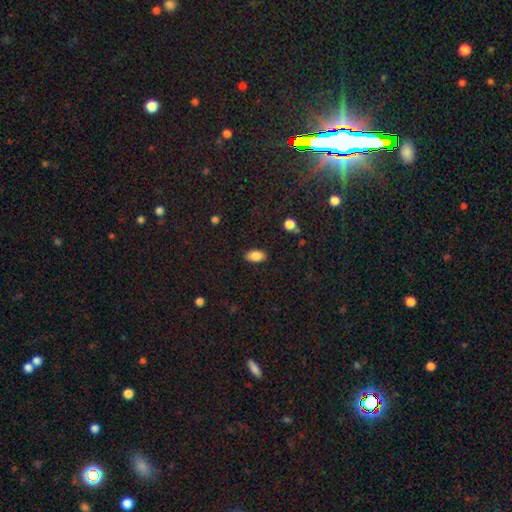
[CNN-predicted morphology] This appears to be a smooth galaxy with no disk features (84%) that is in between round and cigar-shaped (92%). Merging: none (88%).